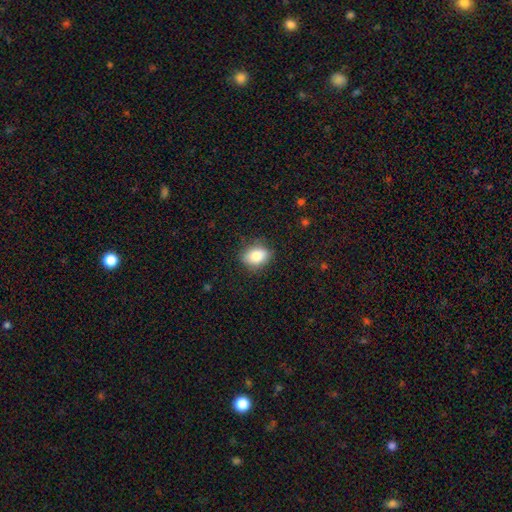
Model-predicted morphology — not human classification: Smooth or featured? smooth (84%)
How rounded? in between (70%)
Merging? none (81%)